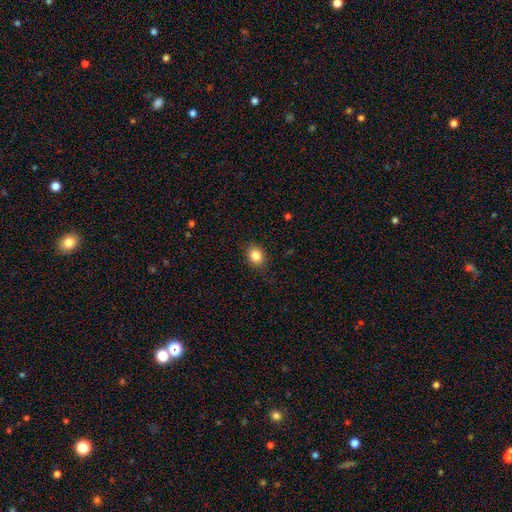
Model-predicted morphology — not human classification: Q: Smooth or featured?
A: smooth (84%); runner-up: star or artifact (10%)
Q: How rounded?
A: round (62%); runner-up: in between (37%)
Q: Merging?
A: none (87%); runner-up: minor disturbance (9%)